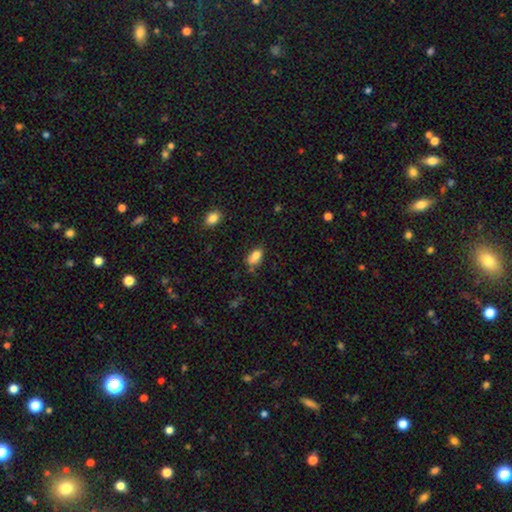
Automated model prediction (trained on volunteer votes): Q: Smooth or featured?
A: smooth (78%); runner-up: featured or disk (13%)
Q: How rounded?
A: in between (86%); runner-up: round (12%)
Q: Merging?
A: none (53%); runner-up: minor disturbance (28%)